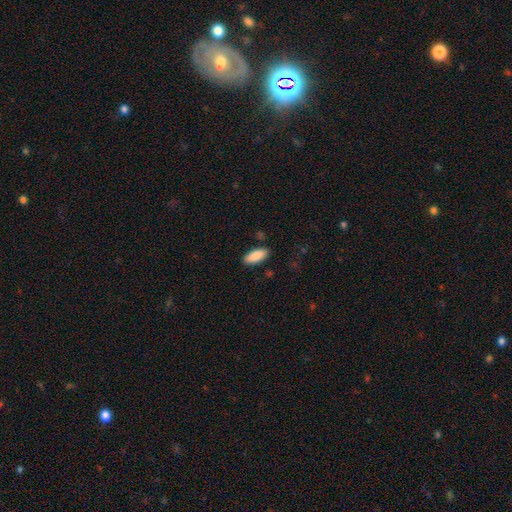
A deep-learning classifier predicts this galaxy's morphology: smooth-or-featured: smooth: 89% | star or artifact: 6% | featured or disk: 5%
  how-rounded: in between: 84% | cigar-shaped: 14% | round: 2%
  merging: none: 87% | minor disturbance: 9% | major disturbance: 2% | merger: 2%